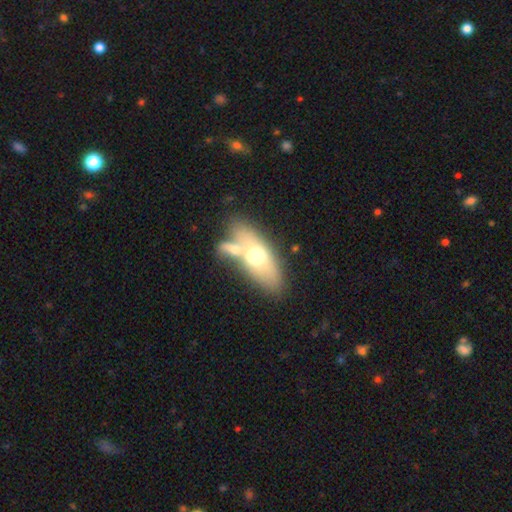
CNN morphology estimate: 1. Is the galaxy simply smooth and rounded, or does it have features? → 56% smooth, 37% featured or disk, 7% star or artifact.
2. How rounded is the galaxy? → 77% in between, 19% cigar-shaped, 5% round.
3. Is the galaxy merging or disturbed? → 42% none, 38% merger, 13% minor disturbance, 7% major disturbance.